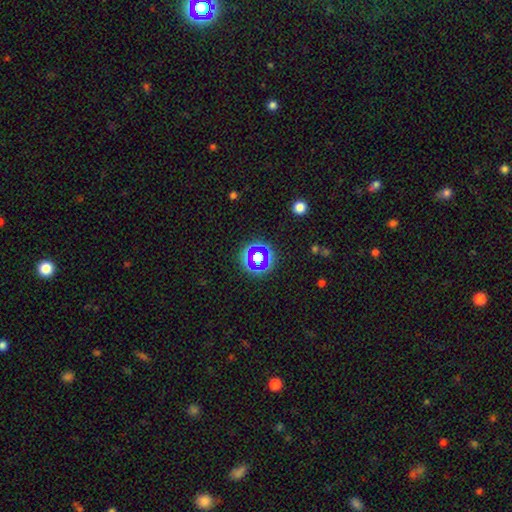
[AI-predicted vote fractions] A star or artifact, not a galaxy (51%).